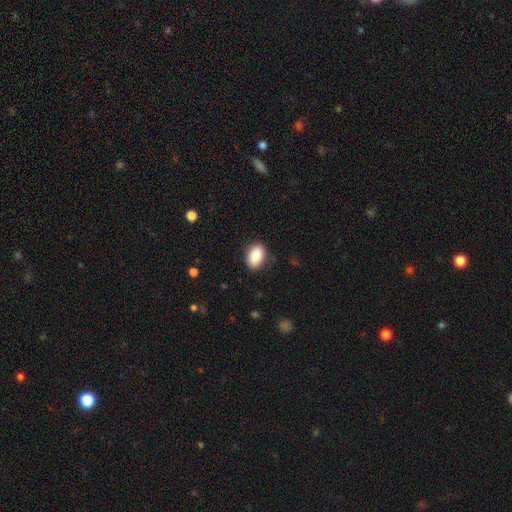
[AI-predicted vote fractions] Smooth or featured: smooth — 90% (star or artifact — 7%)
How rounded: in between — 89% (round — 9%)
Merging: none — 85% (minor disturbance — 11%)